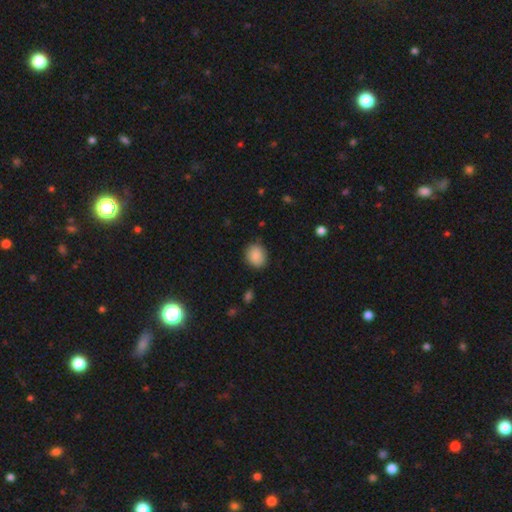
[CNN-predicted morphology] Smooth or featured?
  - smooth: 87% *
  - star or artifact: 7%
  - featured or disk: 5%
How rounded?
  - round: 68% *
  - in between: 31%
  - cigar-shaped: 1%
Merging?
  - none: 82% *
  - minor disturbance: 13%
  - major disturbance: 3%
  - merger: 1%